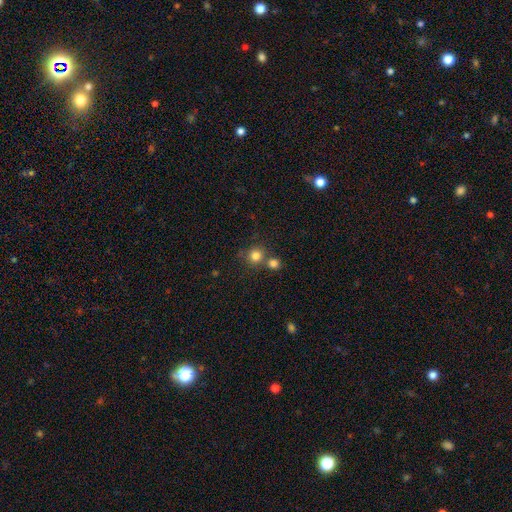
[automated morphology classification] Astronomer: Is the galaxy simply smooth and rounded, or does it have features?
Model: smooth — 80%.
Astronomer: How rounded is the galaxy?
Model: round — 90%.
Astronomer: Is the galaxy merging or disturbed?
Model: none — 64%.